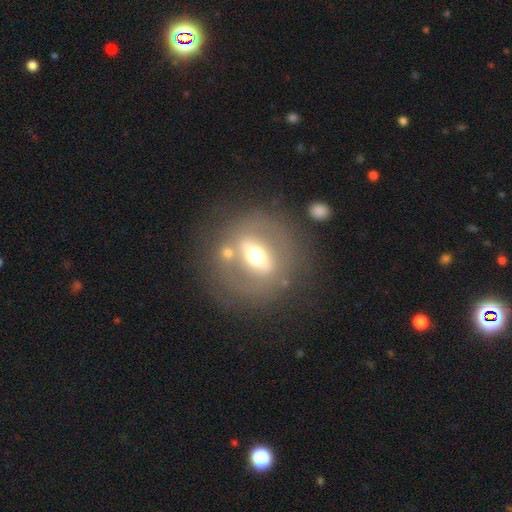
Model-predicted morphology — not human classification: Smooth or featured? Predicted: featured or disk (p=0.66). Edge-on disk? Predicted: no (p=0.73). Merging? Predicted: none (p=0.73).